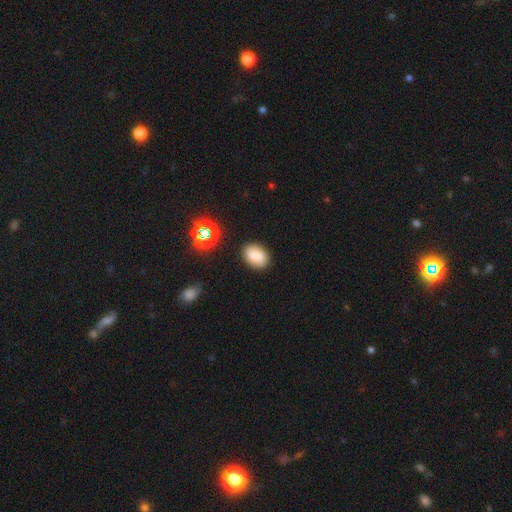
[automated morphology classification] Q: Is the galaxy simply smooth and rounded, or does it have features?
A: smooth — 76%.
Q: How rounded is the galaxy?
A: in between — 74%.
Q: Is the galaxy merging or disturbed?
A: none — 84%.